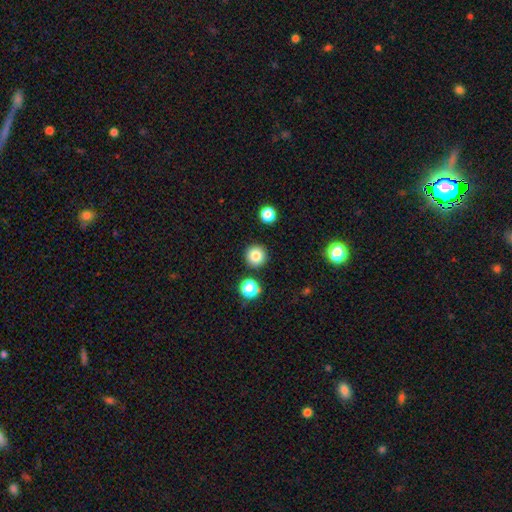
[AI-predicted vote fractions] Q: Smooth or featured?
A: smooth (83%); runner-up: star or artifact (12%)
Q: How rounded?
A: round (95%); runner-up: in between (4%)
Q: Merging?
A: none (89%); runner-up: minor disturbance (6%)